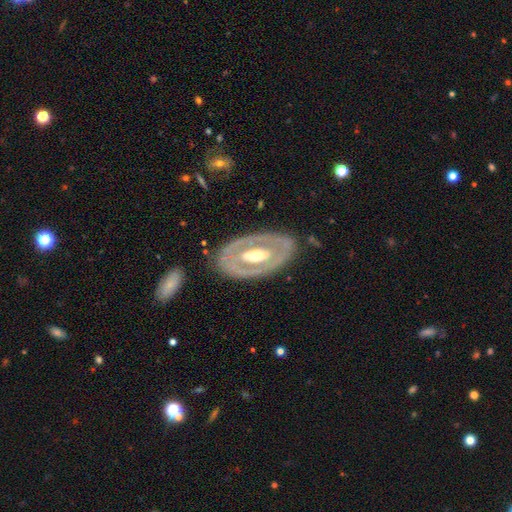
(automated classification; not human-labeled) smooth_or_featured: featured or disk (p=0.74) [alt: smooth p=0.21]
disk_edge_on: no (p=0.90) [alt: yes p=0.10]
bar: no (p=0.49) [alt: strong p=0.26]
has_spiral_arms: no (p=0.74) [alt: yes p=0.26]
bulge_size: moderate (p=0.67) [alt: small p=0.20]
merging: none (p=0.78) [alt: minor disturbance p=0.14]